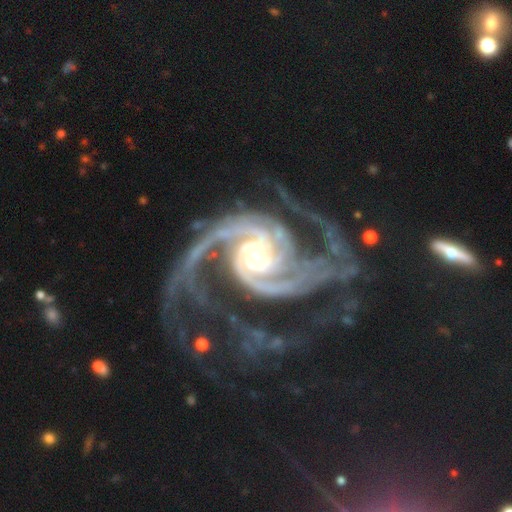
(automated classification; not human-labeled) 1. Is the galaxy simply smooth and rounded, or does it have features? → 94% featured or disk, 4% star or artifact, 2% smooth.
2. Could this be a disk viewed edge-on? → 98% no, 2% yes.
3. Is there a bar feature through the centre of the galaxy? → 45% no, 33% weak, 22% strong.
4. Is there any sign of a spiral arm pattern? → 99% yes, 1% no.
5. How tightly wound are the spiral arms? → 43% medium, 40% tight, 17% loose.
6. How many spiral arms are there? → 28% 2, 25% 3, 15% 4, 12% can't tell, 10% more than 4, 10% 1.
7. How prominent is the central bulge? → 66% moderate, 21% small, 10% large, 1% none, 1% dominant.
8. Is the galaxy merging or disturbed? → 43% major disturbance, 36% none, 15% minor disturbance, 6% merger.